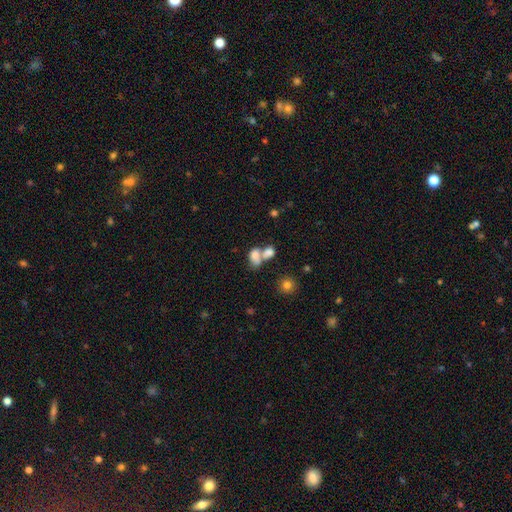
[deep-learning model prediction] This is likely a smooth galaxy (75%). How rounded: likely in between (79%). Merging: likely merger (60%).